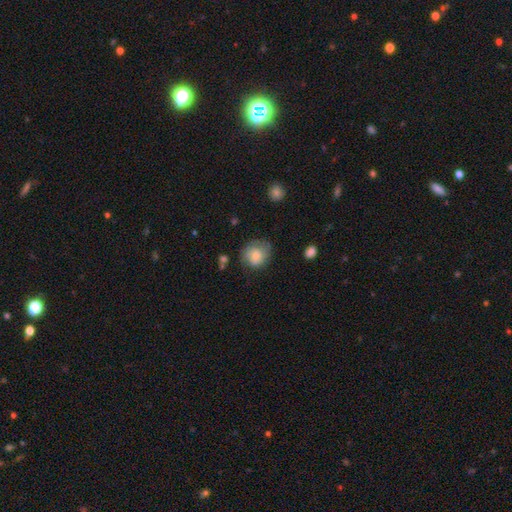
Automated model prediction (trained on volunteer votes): Smooth or featured: smooth — 67% (featured or disk — 25%)
How rounded: round — 75% (in between — 24%)
Merging: none — 62% (minor disturbance — 26%)